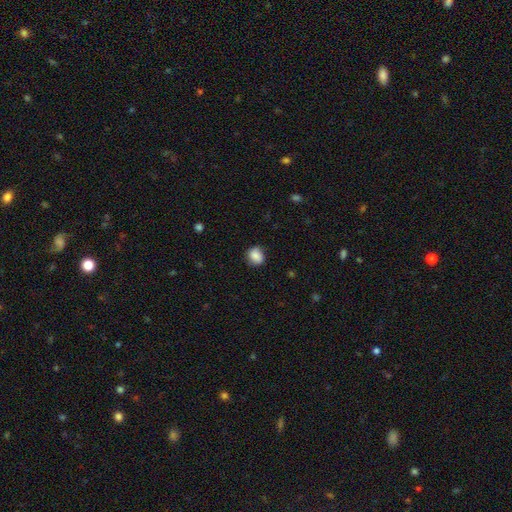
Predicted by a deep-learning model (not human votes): smooth 85%, star or artifact 9%, featured or disk 6%. Down the decision tree: how rounded — round (66%); merging — none (80%).